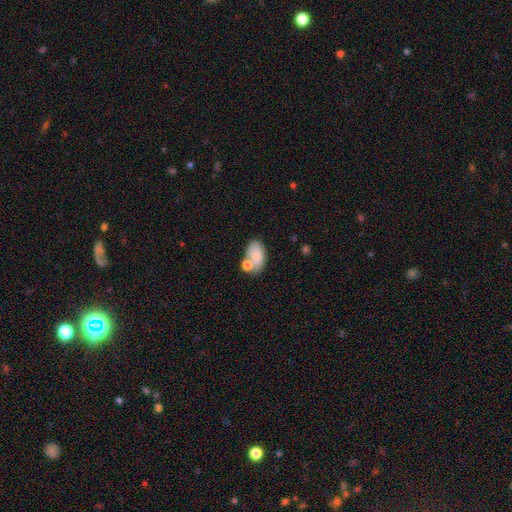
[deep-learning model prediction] Morphology: type=smooth (80%); roundness=in between (92%); merging=none (51%).